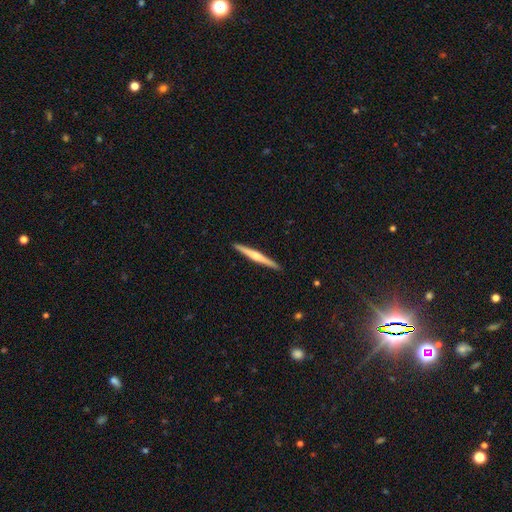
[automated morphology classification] smooth_or_featured: featured or disk (p=0.57) [alt: smooth p=0.38]
disk_edge_on: yes (p=0.98) [alt: no p=0.02]
edge_on_bulge: rounded (p=0.62) [alt: none p=0.27]
merging: none (p=0.92) [alt: minor disturbance p=0.06]